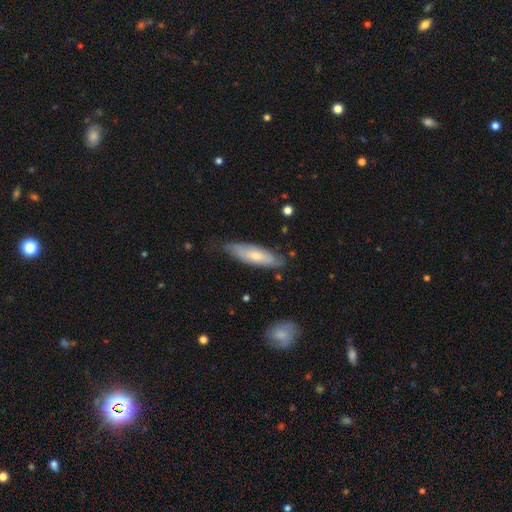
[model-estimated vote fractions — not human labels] Smooth or featured: smooth — 55% (featured or disk — 39%)
How rounded: cigar-shaped — 52% (in between — 47%)
Merging: none — 68% (minor disturbance — 25%)